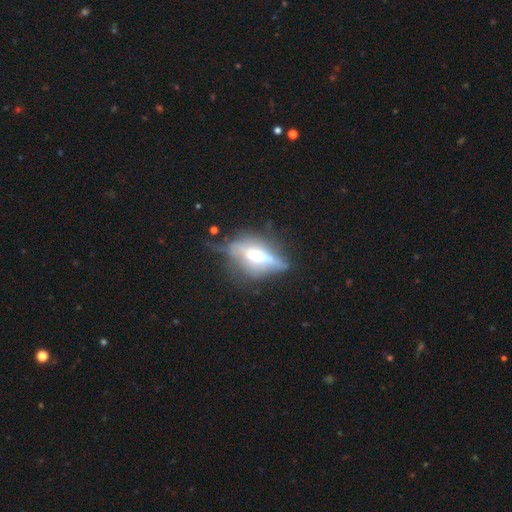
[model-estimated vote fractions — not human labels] Morphology: type=featured or disk (67%); edge-on=yes (65%); merging=none (44%).